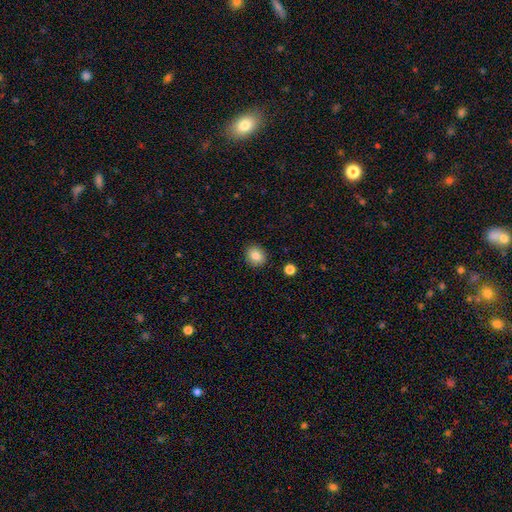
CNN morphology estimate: Smooth or featured?
  - smooth: 85% *
  - star or artifact: 9%
  - featured or disk: 6%
How rounded?
  - round: 66% *
  - in between: 33%
  - cigar-shaped: 1%
Merging?
  - none: 90% *
  - minor disturbance: 7%
  - major disturbance: 2%
  - merger: 2%